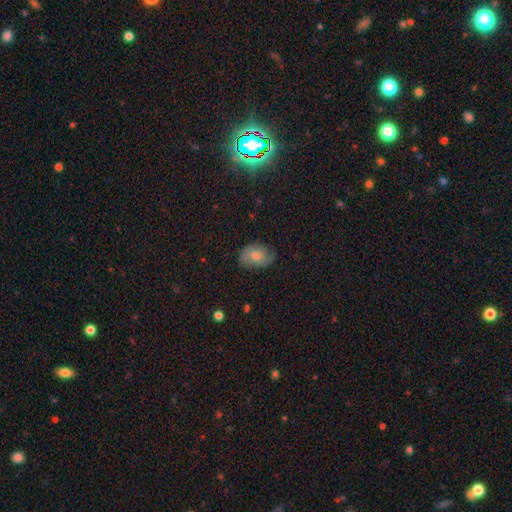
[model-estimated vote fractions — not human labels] A smooth galaxy with no disk features (69%) that is in between round and cigar-shaped (79%).

Vote fractions:
- Smooth or featured? smooth: 69% / featured or disk: 23% / star or artifact: 8%
- How rounded? in between: 79% / round: 20% / cigar-shaped: 1%
- Merging? none: 69% / minor disturbance: 24% / major disturbance: 5% / merger: 1%